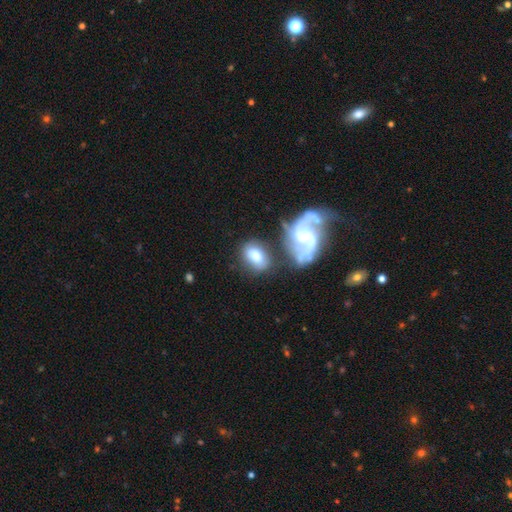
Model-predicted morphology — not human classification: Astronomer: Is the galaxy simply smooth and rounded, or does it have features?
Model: smooth — 63%.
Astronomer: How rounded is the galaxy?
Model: in between — 74%.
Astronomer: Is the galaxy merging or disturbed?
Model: none — 61%.